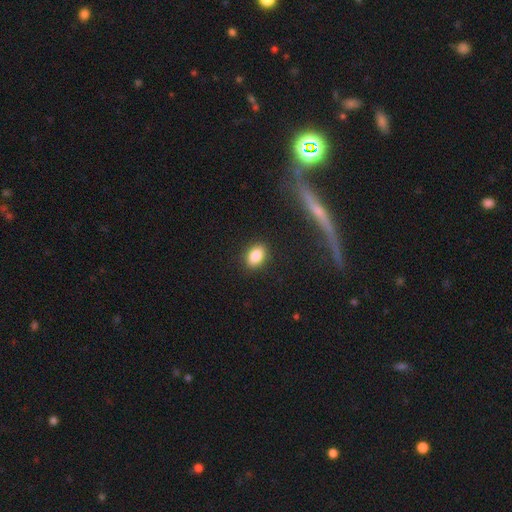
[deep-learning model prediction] Smooth or featured? smooth (84%)
How rounded? in between (81%)
Merging? none (89%)